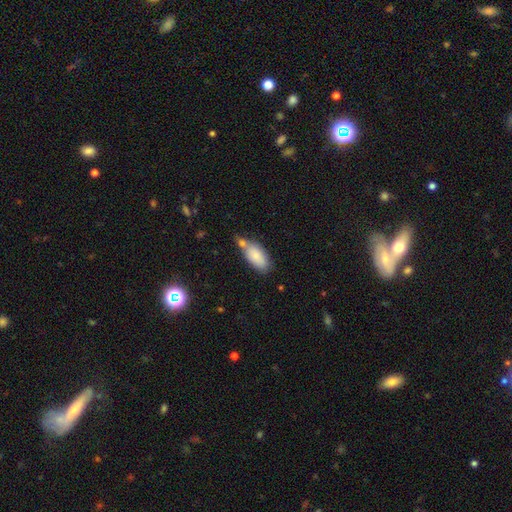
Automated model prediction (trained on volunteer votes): smooth 80%, featured or disk 13%, star or artifact 7%. Down the decision tree: how rounded — in between (90%); merging — none (47%).